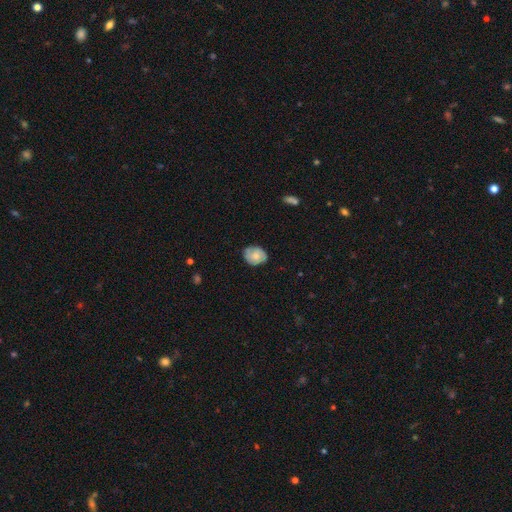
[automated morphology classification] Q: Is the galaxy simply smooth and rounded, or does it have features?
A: smooth — 54%.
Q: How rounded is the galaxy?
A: round — 51%.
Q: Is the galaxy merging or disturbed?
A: none — 75%.